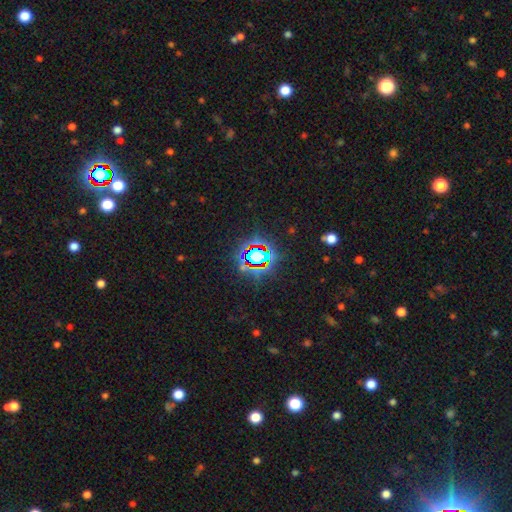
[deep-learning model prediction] Q: Smooth or featured?
A: star or artifact (77%); runner-up: smooth (14%)